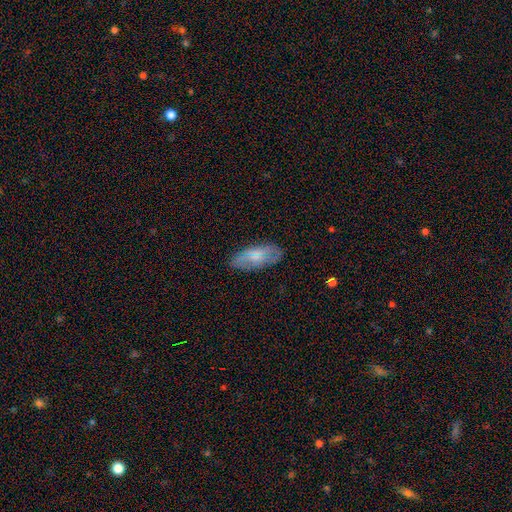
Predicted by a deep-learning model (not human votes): Overall: smooth (60%; featured or disk 31%). How rounded: in between (85%). Merging: none (75%).